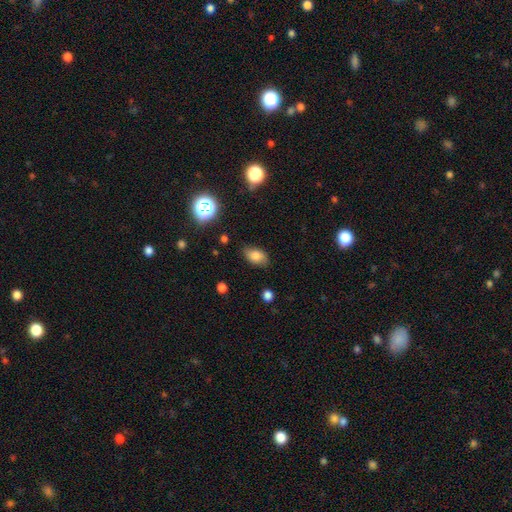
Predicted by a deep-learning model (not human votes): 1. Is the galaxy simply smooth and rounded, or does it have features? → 78% smooth, 11% star or artifact, 11% featured or disk.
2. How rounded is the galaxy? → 89% in between, 9% round, 2% cigar-shaped.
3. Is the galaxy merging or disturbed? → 78% none, 17% minor disturbance, 4% major disturbance, 2% merger.